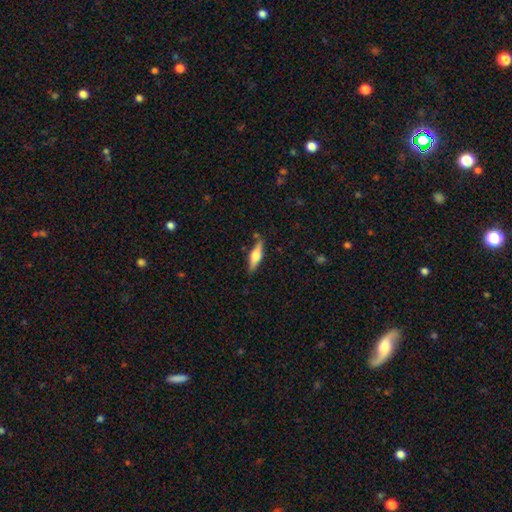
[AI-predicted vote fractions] Morphology: type=featured or disk (50%); merging=none (82%).